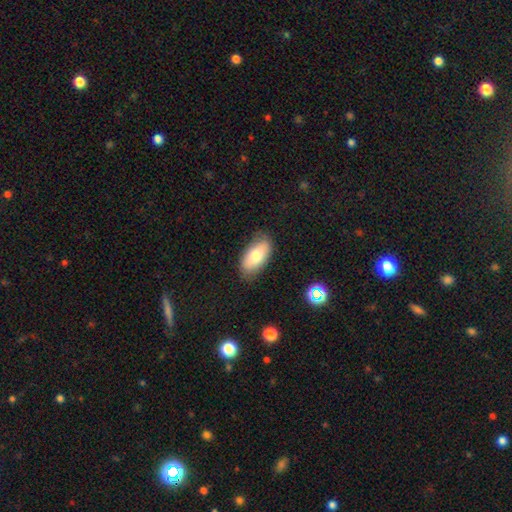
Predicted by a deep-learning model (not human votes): Smooth or featured: smooth — 76% (featured or disk — 17%)
How rounded: in between — 92% (cigar-shaped — 5%)
Merging: none — 81% (minor disturbance — 15%)